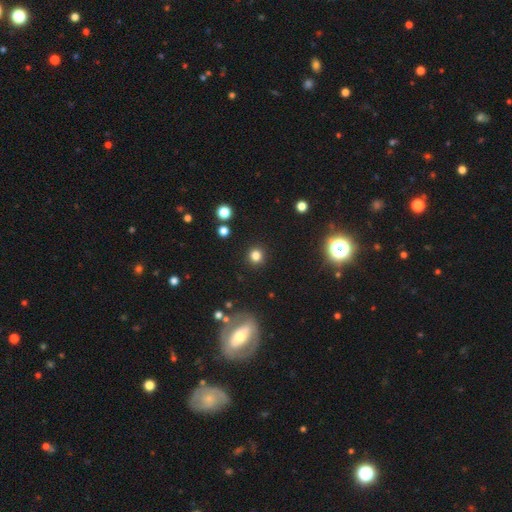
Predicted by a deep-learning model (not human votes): A smooth galaxy with no disk features (81%) that is round (92%). Merging: none (91%).